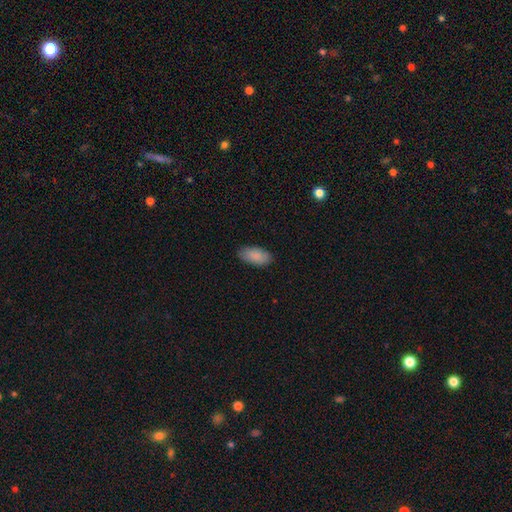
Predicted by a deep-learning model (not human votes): smooth_or_featured: smooth (p=0.89) [alt: star or artifact p=0.06]
how_rounded: in between (p=0.93) [alt: cigar-shaped p=0.05]
merging: none (p=0.86) [alt: minor disturbance p=0.10]